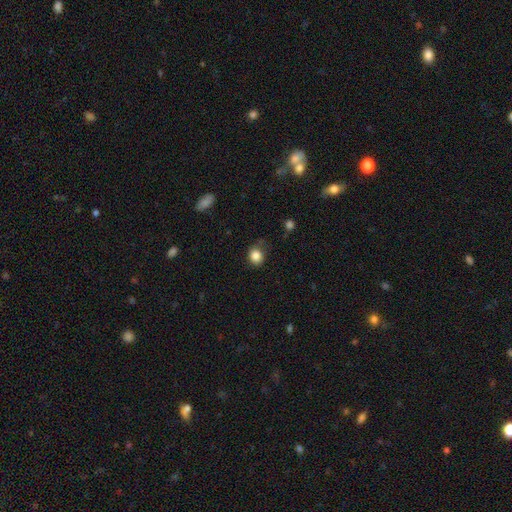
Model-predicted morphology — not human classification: Smooth or featured? Predicted: smooth (p=0.85). How rounded? Predicted: round (p=0.72). Merging? Predicted: none (p=0.69).